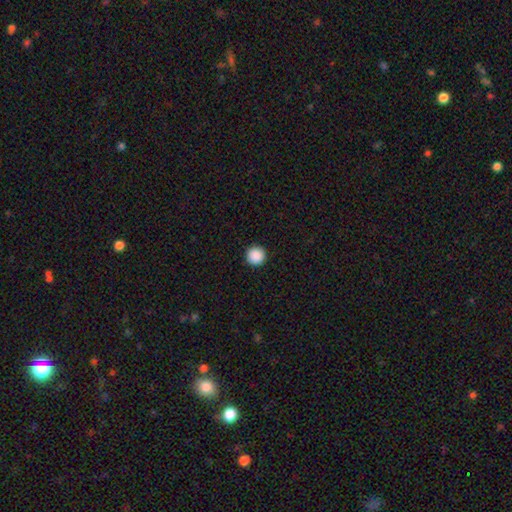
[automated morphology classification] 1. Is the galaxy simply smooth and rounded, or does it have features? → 89% smooth, 9% star or artifact, 2% featured or disk.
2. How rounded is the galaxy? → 97% round, 2% in between, 1% cigar-shaped.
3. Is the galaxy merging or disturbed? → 94% none, 4% minor disturbance, 1% major disturbance, 1% merger.